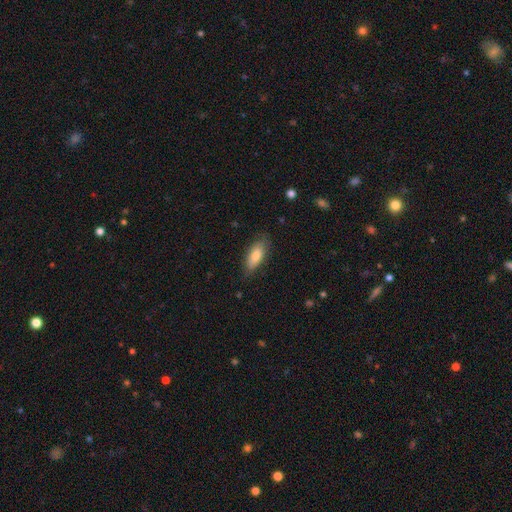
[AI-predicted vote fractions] Smooth or featured? smooth (80%)
How rounded? in between (78%)
Merging? none (79%)